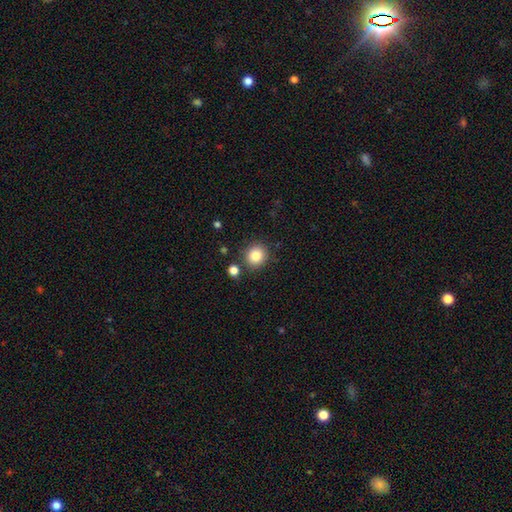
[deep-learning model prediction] Smooth or featured: smooth — 83% (star or artifact — 10%)
How rounded: round — 88% (in between — 12%)
Merging: none — 85% (minor disturbance — 8%)